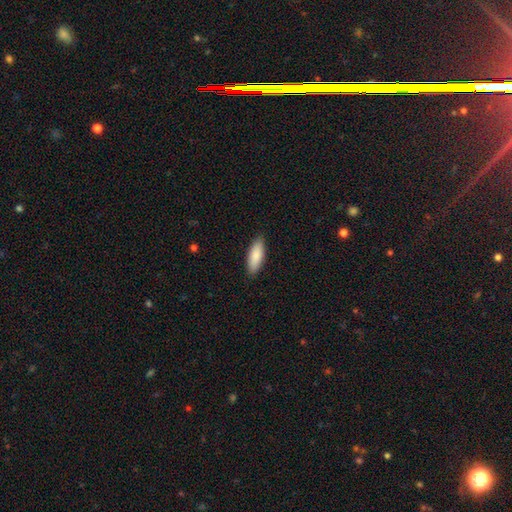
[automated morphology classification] smooth_or_featured: smooth (p=0.86) [alt: featured or disk p=0.08]
how_rounded: in between (p=0.68) [alt: cigar-shaped p=0.30]
merging: none (p=0.89) [alt: minor disturbance p=0.08]